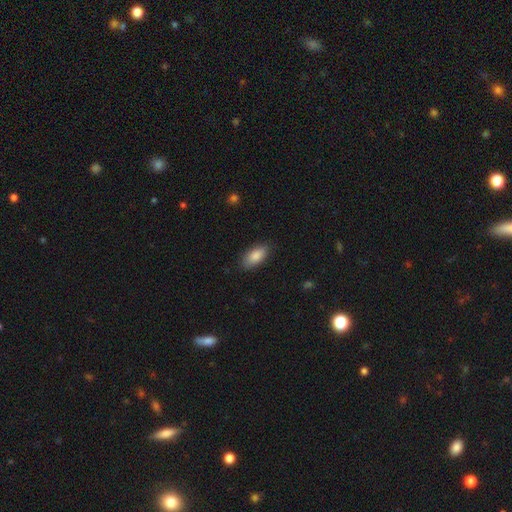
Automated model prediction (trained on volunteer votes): Smooth or featured? Predicted: smooth (p=0.86). How rounded? Predicted: in between (p=0.89). Merging? Predicted: none (p=0.84).